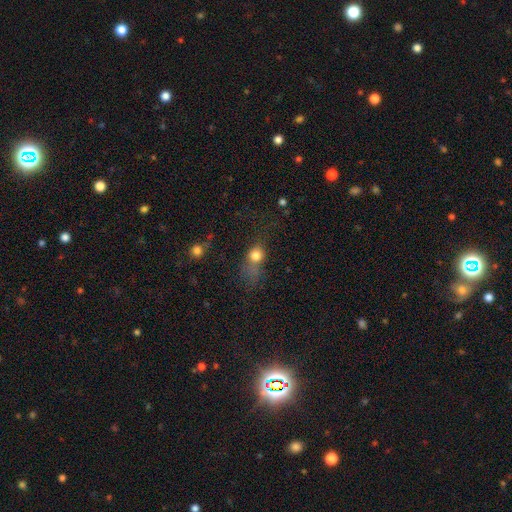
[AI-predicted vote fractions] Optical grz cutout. It shows a smooth galaxy with no disk features (72%) that is round (63%). Merging: none (36%).